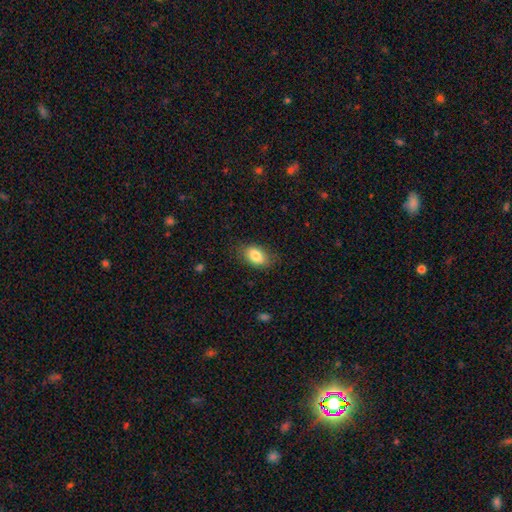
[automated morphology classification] Smooth or featured: smooth — 84% (featured or disk — 8%)
How rounded: in between — 86% (round — 12%)
Merging: none — 79% (minor disturbance — 16%)